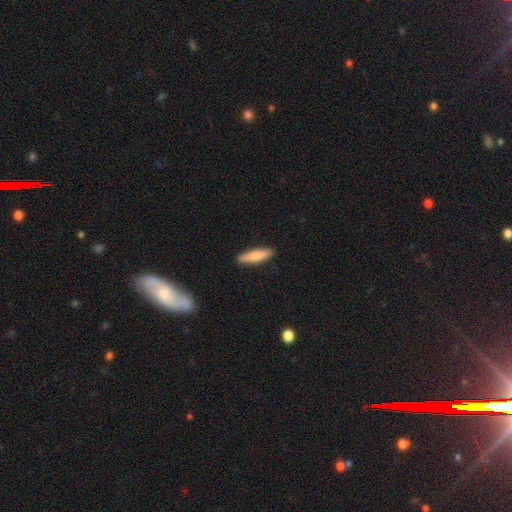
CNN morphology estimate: Smooth or featured: smooth — 81% (featured or disk — 14%)
How rounded: cigar-shaped — 71% (in between — 28%)
Merging: none — 89% (minor disturbance — 8%)